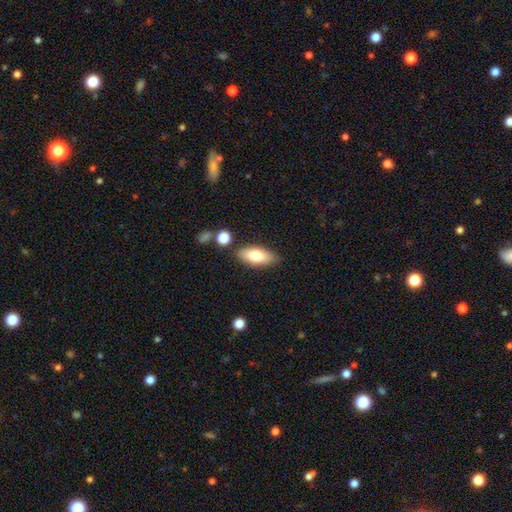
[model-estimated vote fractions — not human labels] The model was most divided on "smooth or featured": smooth: 75%, featured or disk: 18%, star or artifact: 7%. More confident: how rounded — in between (82%); merging — none (81%).